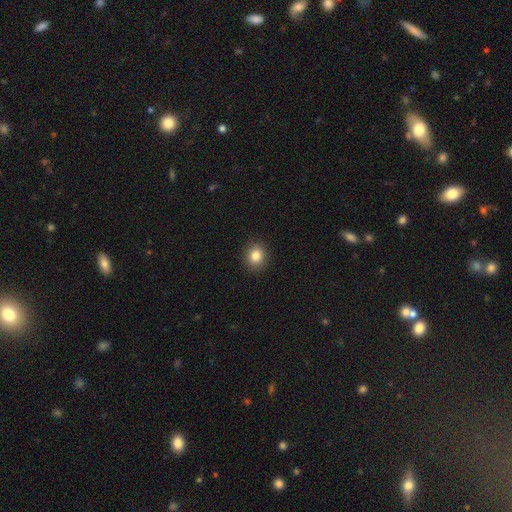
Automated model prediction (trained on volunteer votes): Smooth or featured?
  - smooth: 84% *
  - star or artifact: 10%
  - featured or disk: 5%
How rounded?
  - round: 78% *
  - in between: 21%
  - cigar-shaped: 1%
Merging?
  - none: 91% *
  - minor disturbance: 6%
  - major disturbance: 2%
  - merger: 1%